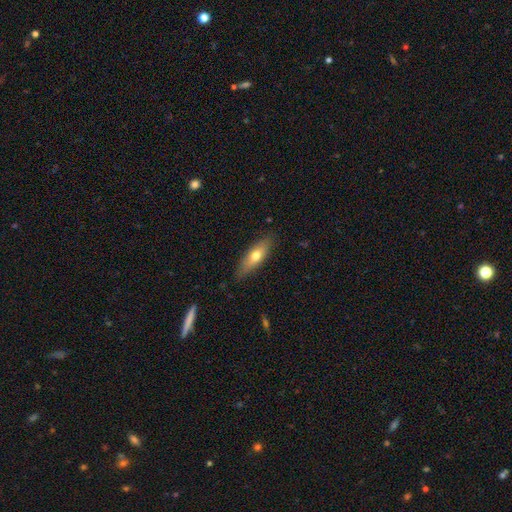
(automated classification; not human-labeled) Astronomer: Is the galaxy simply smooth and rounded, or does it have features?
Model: smooth — 66%.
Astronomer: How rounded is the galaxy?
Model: in between — 55% (runner-up: cigar-shaped, 43%).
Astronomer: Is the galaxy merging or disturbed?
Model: none — 83%.